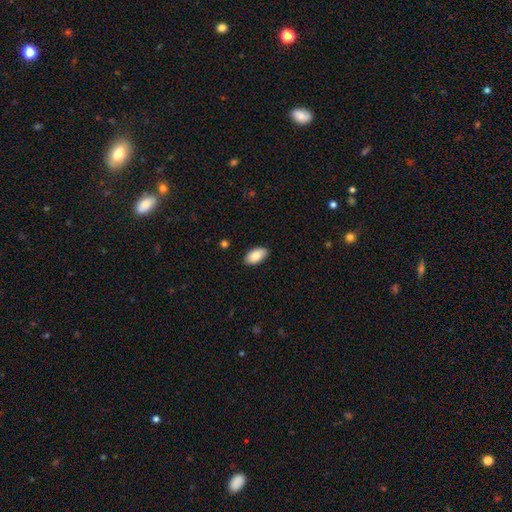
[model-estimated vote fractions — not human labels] A smooth galaxy with no disk features (86%) that is in between round and cigar-shaped (95%). Merging: none (86%).